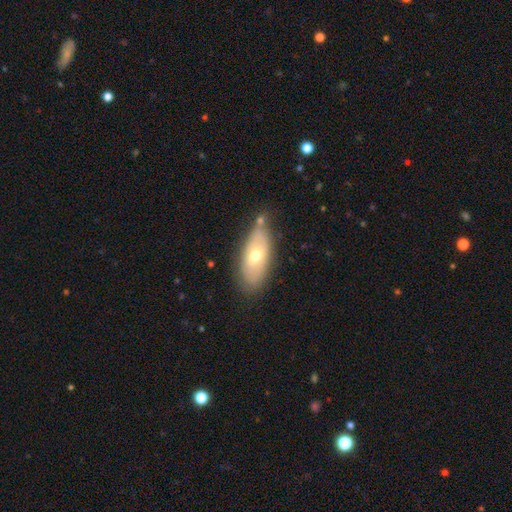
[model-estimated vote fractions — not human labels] A smooth galaxy with no disk features (52%) that is in between round and cigar-shaped (83%).

Vote fractions:
- Smooth or featured? smooth: 52% / featured or disk: 41% / star or artifact: 7%
- How rounded? in between: 83% / cigar-shaped: 14% / round: 3%
- Merging? none: 64% / minor disturbance: 22% / merger: 9% / major disturbance: 6%